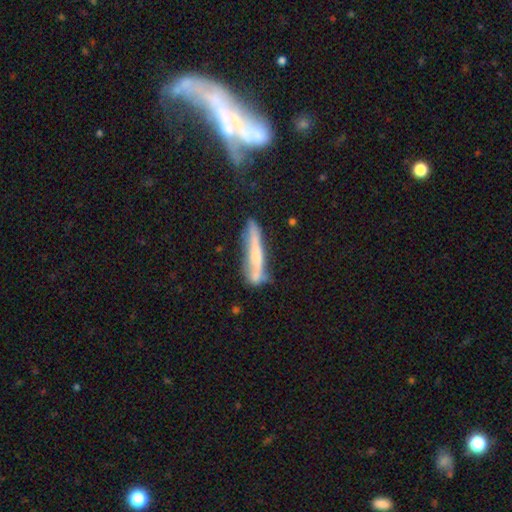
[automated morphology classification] A featured or disk galaxy (47%).

Vote fractions:
- Smooth or featured? featured or disk: 47% / smooth: 45% / star or artifact: 8%
- Merging? none: 53% / minor disturbance: 25% / merger: 13% / major disturbance: 10%